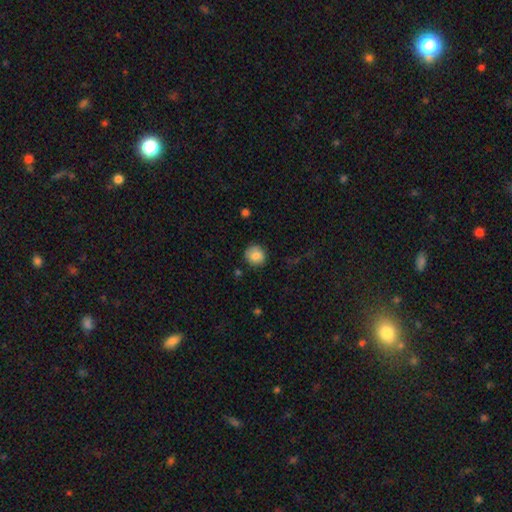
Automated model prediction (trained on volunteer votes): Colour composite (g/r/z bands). It shows a smooth galaxy with no disk features (83%) that is round (88%). Merging: none (84%).